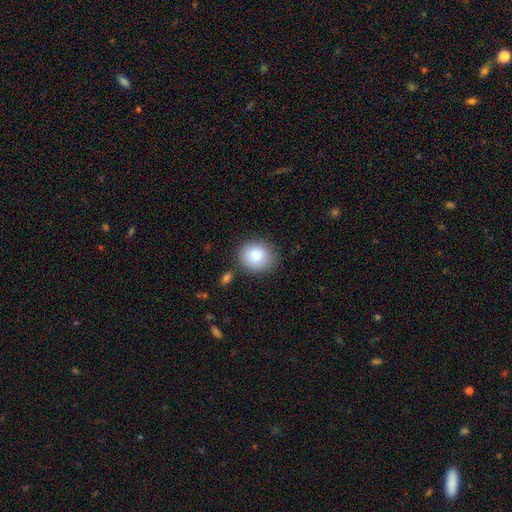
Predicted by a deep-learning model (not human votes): This is clearly a smooth galaxy (81%). How rounded: likely round (77%). Merging: likely none (80%).